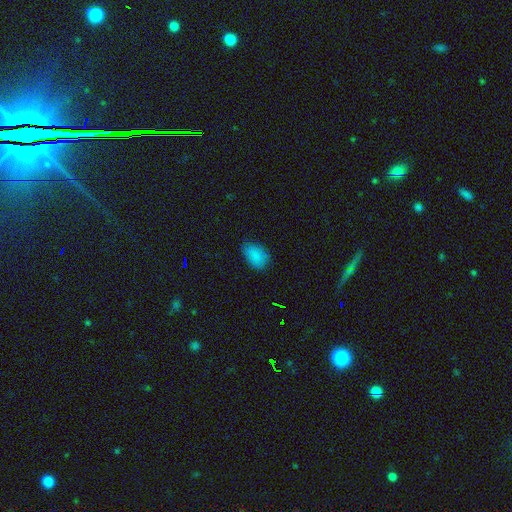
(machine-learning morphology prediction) smooth 85%, star or artifact 10%, featured or disk 5%. Down the decision tree: how rounded — in between (89%); merging — none (73%).